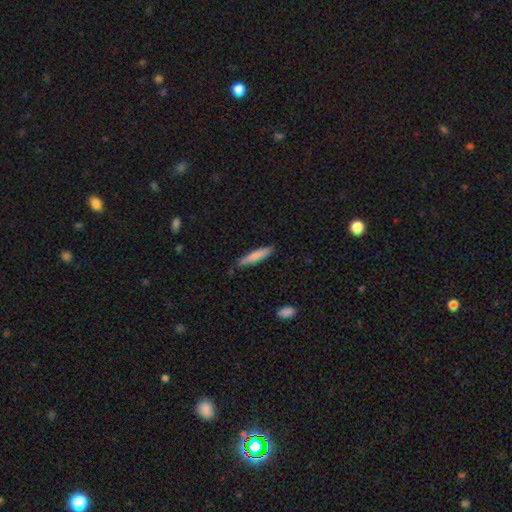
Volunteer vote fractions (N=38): Smooth or featured? smooth (66%)
How rounded? cigar-shaped (76%)
Merging? none (91%)